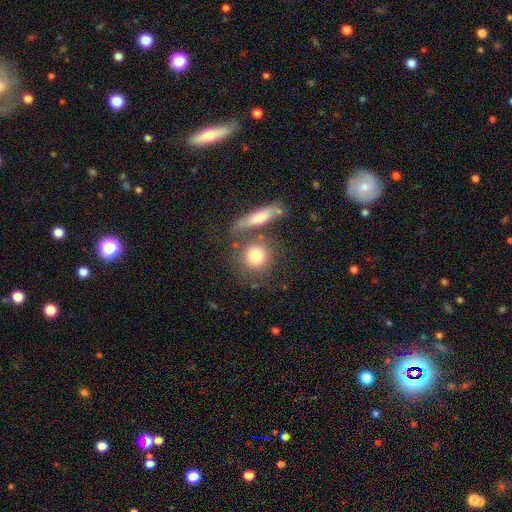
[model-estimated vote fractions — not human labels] Smooth or featured? Predicted: smooth (p=0.76). How rounded? Predicted: round (p=0.83). Merging? Predicted: none (p=0.62).